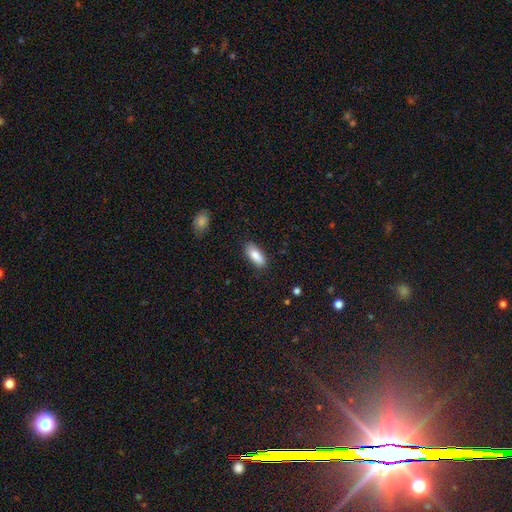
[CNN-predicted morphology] smooth-or-featured: smooth: 86% | featured or disk: 7% | star or artifact: 6%
  how-rounded: in between: 81% | cigar-shaped: 17% | round: 2%
  merging: none: 82% | minor disturbance: 14% | major disturbance: 3% | merger: 2%